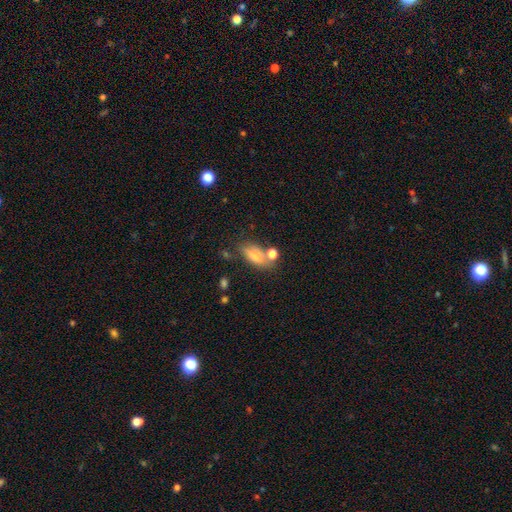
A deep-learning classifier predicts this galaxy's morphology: A smooth galaxy with no disk features (73%) that is in between round and cigar-shaped (81%). Merging: none (53%).